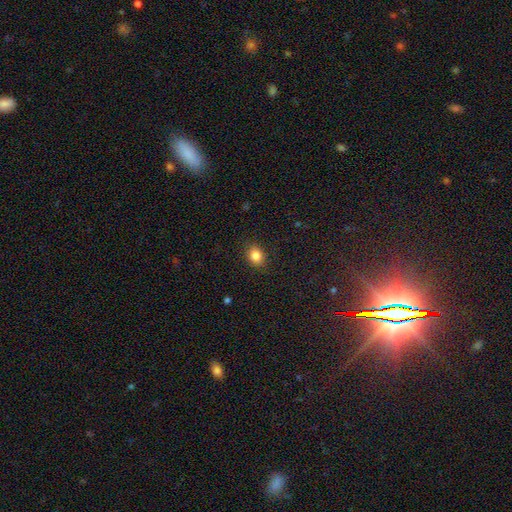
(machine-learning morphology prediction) The model was most divided on "how rounded": in between: 55%, round: 44%, cigar-shaped: 1%. More confident: merging — none (88%); smooth or featured — smooth (86%).